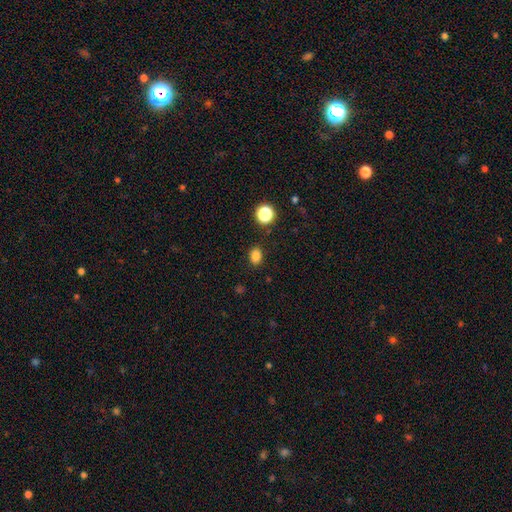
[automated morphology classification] Smooth or featured? Predicted: smooth (p=0.82). How rounded? Predicted: in between (p=0.65). Merging? Predicted: none (p=0.86).